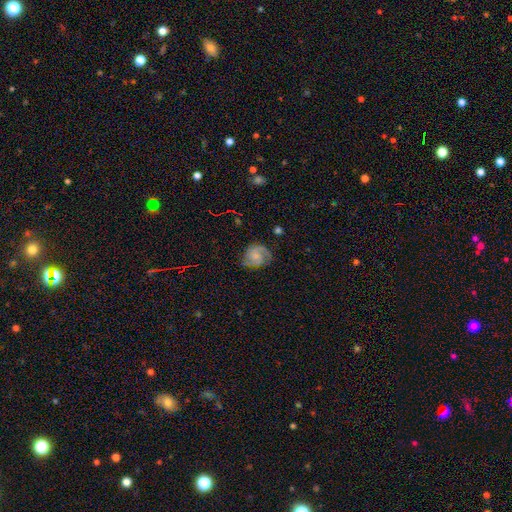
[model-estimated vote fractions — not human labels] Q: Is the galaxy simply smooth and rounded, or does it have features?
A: featured or disk — 71%.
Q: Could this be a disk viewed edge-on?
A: no — 98%.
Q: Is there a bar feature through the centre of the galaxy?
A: no — 62%.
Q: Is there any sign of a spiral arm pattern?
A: yes — 95%.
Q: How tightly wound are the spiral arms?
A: medium — 48%.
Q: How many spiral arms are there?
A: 2 — 73%.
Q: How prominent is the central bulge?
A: small — 43%.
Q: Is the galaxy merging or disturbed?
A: none — 70%.